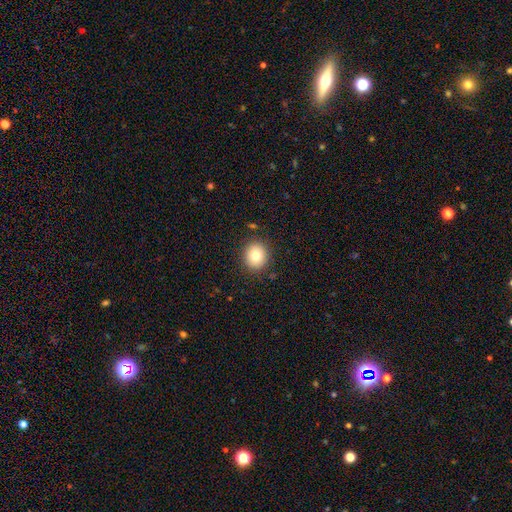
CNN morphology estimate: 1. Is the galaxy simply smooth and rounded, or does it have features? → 80% smooth, 10% star or artifact, 10% featured or disk.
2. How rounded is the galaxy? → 78% round, 21% in between, 1% cigar-shaped.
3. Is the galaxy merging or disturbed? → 88% none, 8% minor disturbance, 2% major disturbance, 1% merger.